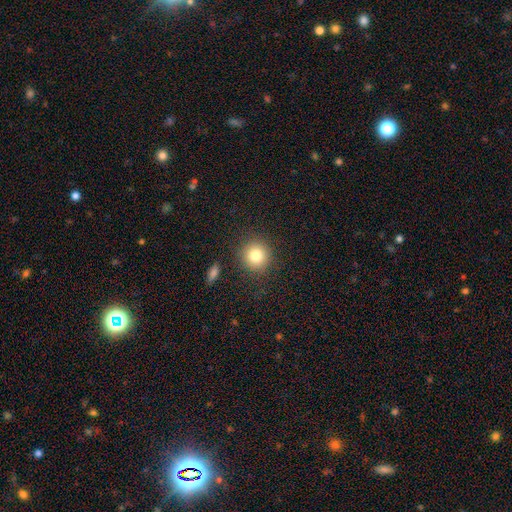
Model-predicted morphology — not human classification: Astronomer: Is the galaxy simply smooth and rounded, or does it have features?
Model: smooth — 81%.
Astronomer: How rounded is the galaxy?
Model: round — 92%.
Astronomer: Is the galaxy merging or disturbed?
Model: none — 88%.